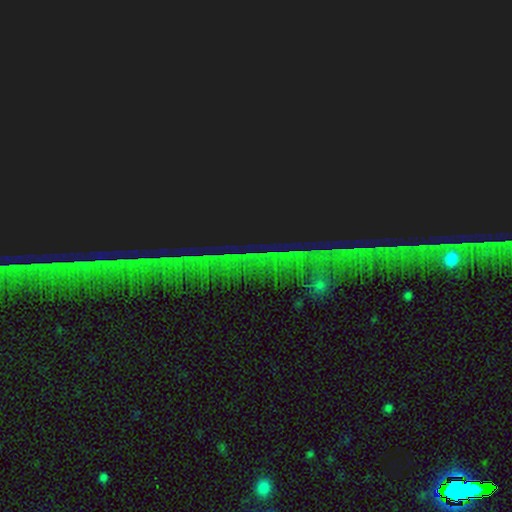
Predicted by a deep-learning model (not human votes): This appears to be a star or artifact, not a galaxy (83%).